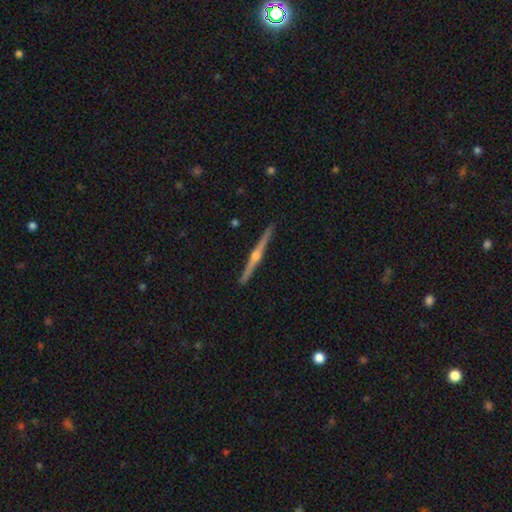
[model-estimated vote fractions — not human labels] featured or disk 85%, smooth 10%, star or artifact 5%. Down the decision tree: edge-on disk — yes (99%); edge-on bulge — rounded (94%); merging — none (93%).